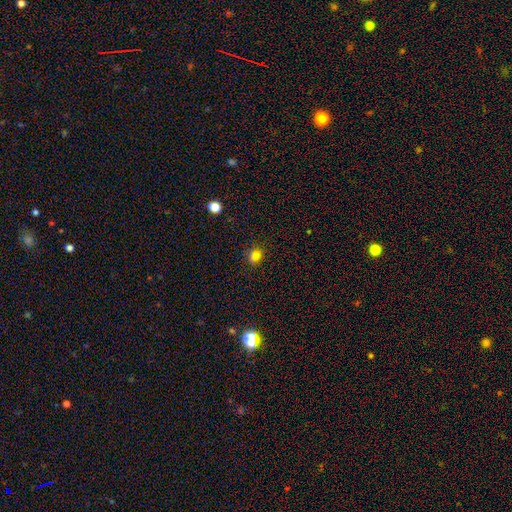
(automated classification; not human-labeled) A smooth galaxy with no disk features (64%) that is round (71%).

Vote fractions:
- Smooth or featured? smooth: 64% / star or artifact: 28% / featured or disk: 8%
- How rounded? round: 71% / in between: 27% / cigar-shaped: 2%
- Merging? none: 71% / merger: 13% / minor disturbance: 12% / major disturbance: 5%